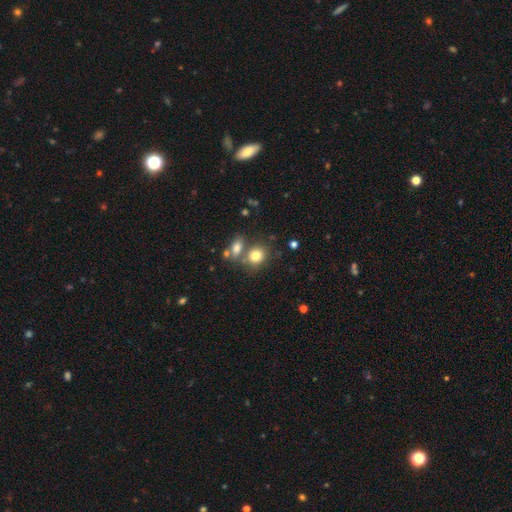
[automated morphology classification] This appears to be a smooth galaxy with no disk features (80%) that is round (62%). Merging: none (52%).